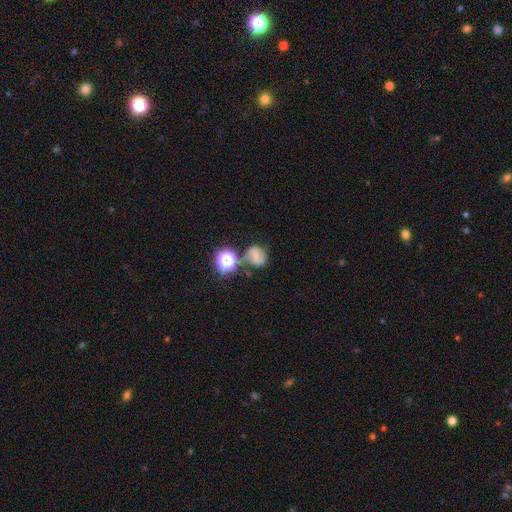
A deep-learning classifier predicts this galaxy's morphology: smooth-or-featured: smooth: 47% | featured or disk: 33% | star or artifact: 20%
  merging: none: 58% | minor disturbance: 18% | merger: 16% | major disturbance: 8%